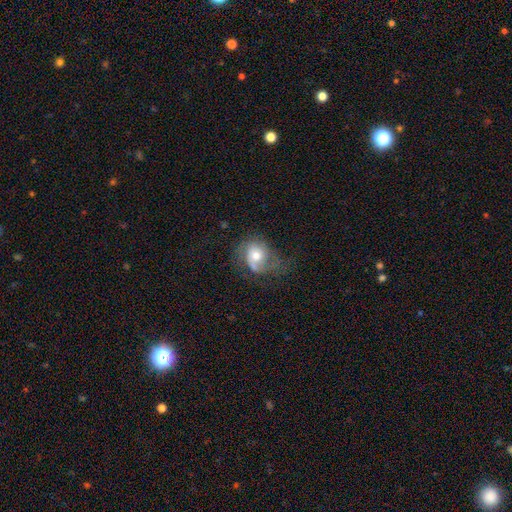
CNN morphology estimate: The model was most divided on "merging": none: 47%, major disturbance: 26%, minor disturbance: 25%, merger: 2%. More confident: edge-on disk — no (97%); spiral arms — yes (83%); bar — no (72%); bulge size — moderate (66%); smooth or featured — featured or disk (59%).